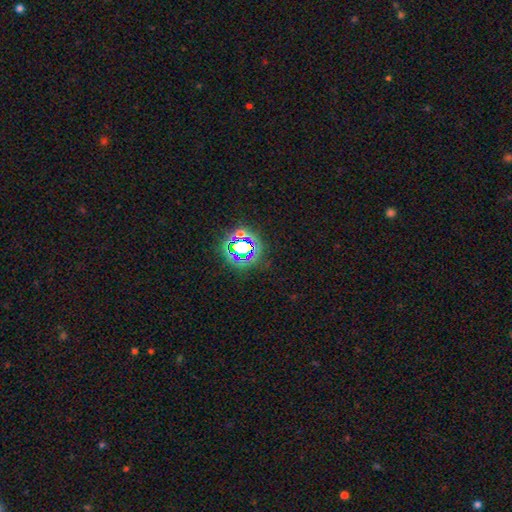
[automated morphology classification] A star or artifact, not a galaxy (78%).